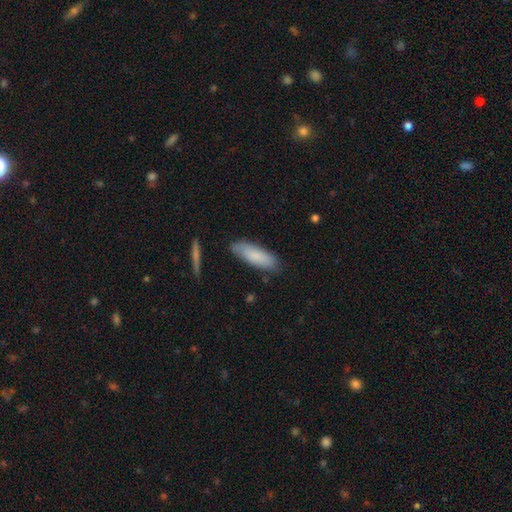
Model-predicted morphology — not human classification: type=smooth (84%); roundness=in between (56%); merging=none (81%).